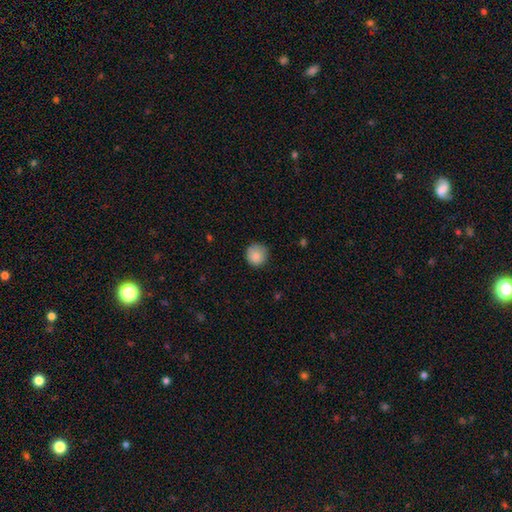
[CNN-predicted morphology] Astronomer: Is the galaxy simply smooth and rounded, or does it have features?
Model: smooth — 87%.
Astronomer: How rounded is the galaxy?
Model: round — 94%.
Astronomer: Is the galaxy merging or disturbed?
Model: none — 84%.